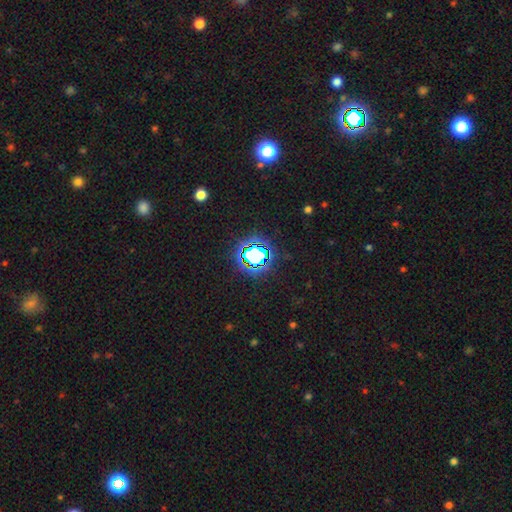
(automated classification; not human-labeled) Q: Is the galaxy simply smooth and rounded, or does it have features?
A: star or artifact — 82%.